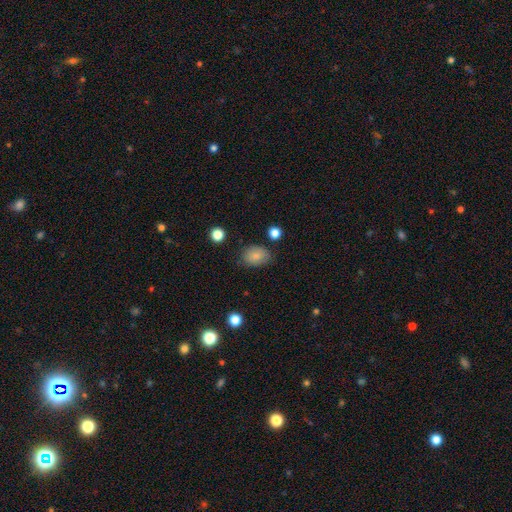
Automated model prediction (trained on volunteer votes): smooth-or-featured: smooth: 84% | star or artifact: 9% | featured or disk: 7%
  how-rounded: in between: 73% | round: 26% | cigar-shaped: 1%
  merging: none: 75% | minor disturbance: 19% | major disturbance: 4% | merger: 2%